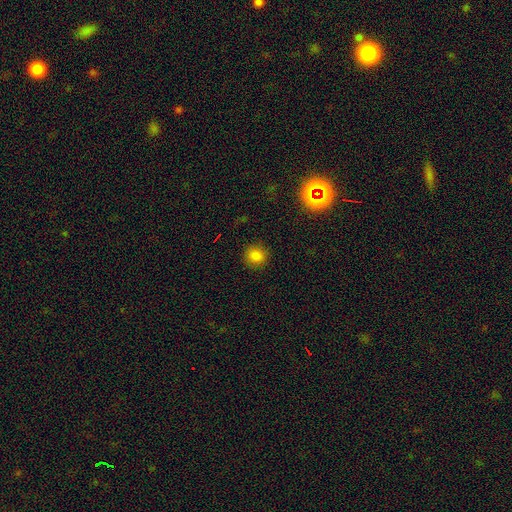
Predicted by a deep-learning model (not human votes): smooth-or-featured: smooth: 82% | star or artifact: 14% | featured or disk: 4%
  how-rounded: round: 89% | in between: 10% | cigar-shaped: 1%
  merging: none: 90% | minor disturbance: 7% | major disturbance: 2% | merger: 1%